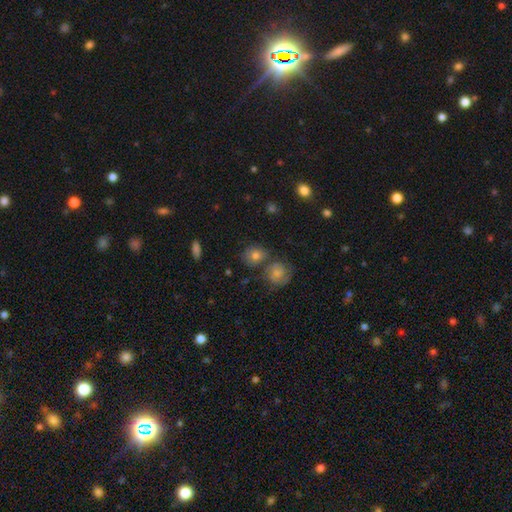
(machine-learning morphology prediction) The model was most divided on "merging": none: 62%, merger: 20%, minor disturbance: 13%, major disturbance: 5%. More confident: how rounded — round (74%); smooth or featured — smooth (68%).